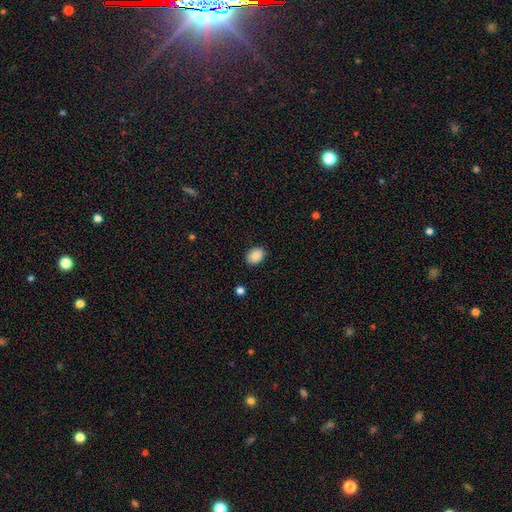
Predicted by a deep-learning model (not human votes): Overall: smooth (89%). How rounded: in between (71%). Merging: none (87%).